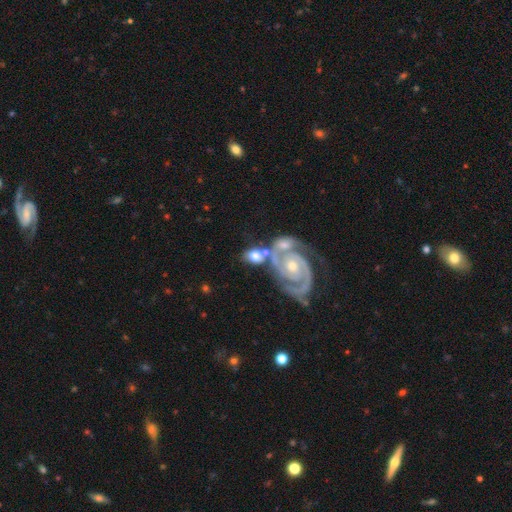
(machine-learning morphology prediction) The model was most divided on "bulge size" (2-way tie): small: 44%, moderate: 44%, large: 8%, none: 2%, dominant: 2%. Remaining: edge-on disk — no (96%); spiral arms — yes (93%); spiral arm count — 2 (86%); bar — no (64%); smooth or featured — featured or disk (62%); spiral winding — tight (53%); merging — none (46%).